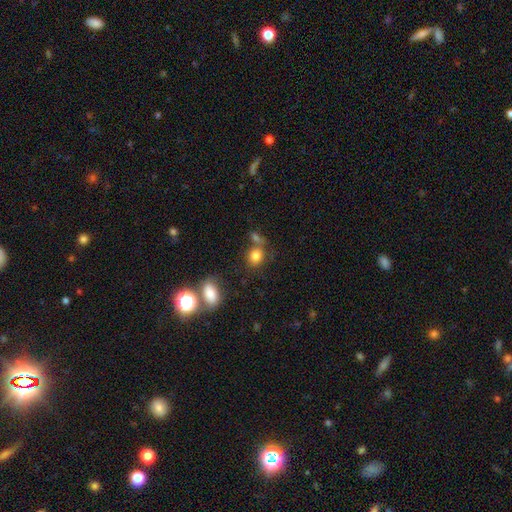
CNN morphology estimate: smooth-or-featured: smooth: 81% | star or artifact: 11% | featured or disk: 7%
  how-rounded: round: 63% | in between: 36% | cigar-shaped: 1%
  merging: none: 60% | merger: 22% | minor disturbance: 13% | major disturbance: 5%